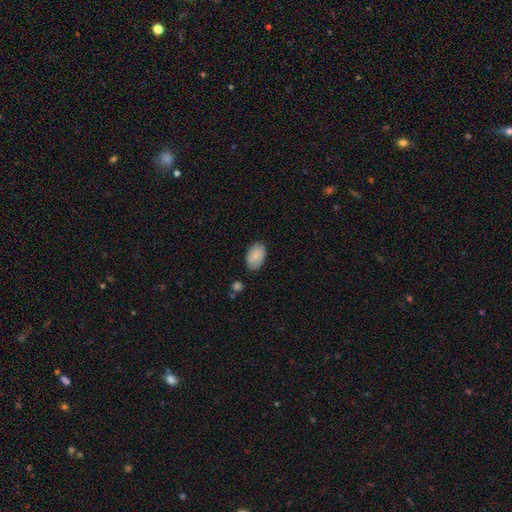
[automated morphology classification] This is likely a smooth galaxy (80%). How rounded: clearly in between (91%). Merging: likely none (78%).